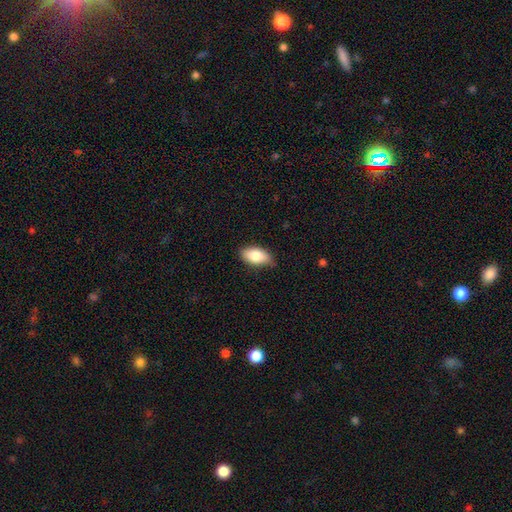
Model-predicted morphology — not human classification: Smooth or featured: smooth — 83% (featured or disk — 11%)
How rounded: in between — 92% (cigar-shaped — 4%)
Merging: none — 76% (minor disturbance — 20%)